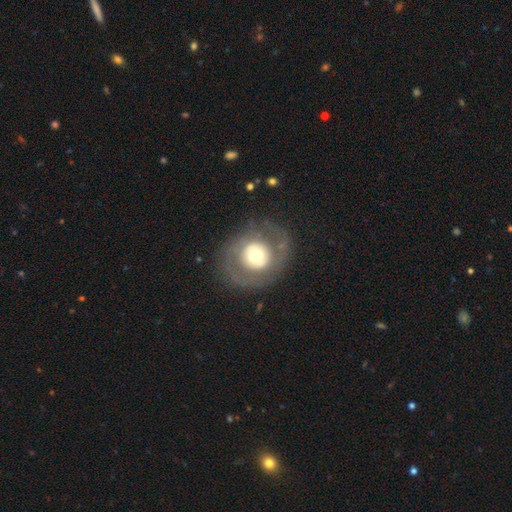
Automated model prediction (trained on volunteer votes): A featured or disk galaxy (55%) with no bar (75%), no spiral arms (74%) and a moderate central bulge (55%). Merging: none (75%).